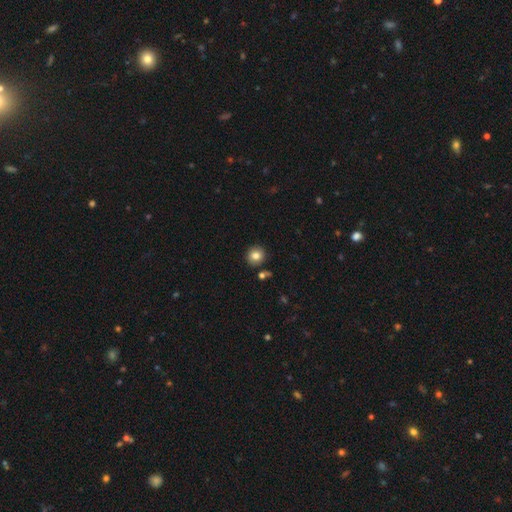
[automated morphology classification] Smooth or featured?
  - smooth: 82% *
  - star or artifact: 11%
  - featured or disk: 8%
How rounded?
  - round: 91% *
  - in between: 9%
  - cigar-shaped: 1%
Merging?
  - none: 87% *
  - minor disturbance: 7%
  - merger: 4%
  - major disturbance: 2%